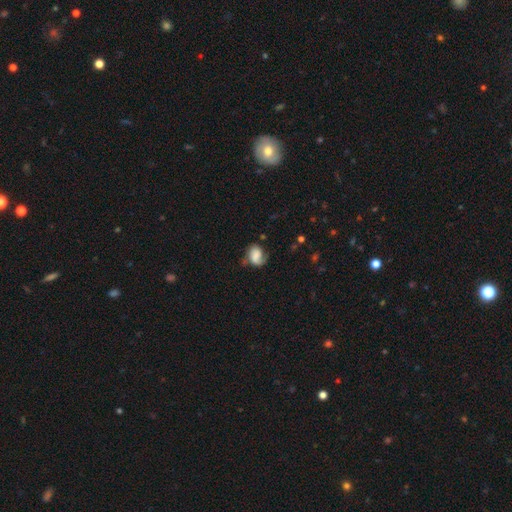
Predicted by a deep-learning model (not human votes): The model was most divided on "smooth or featured": featured or disk: 46%, smooth: 45%, star or artifact: 9%. Remaining: merging — none (44%).